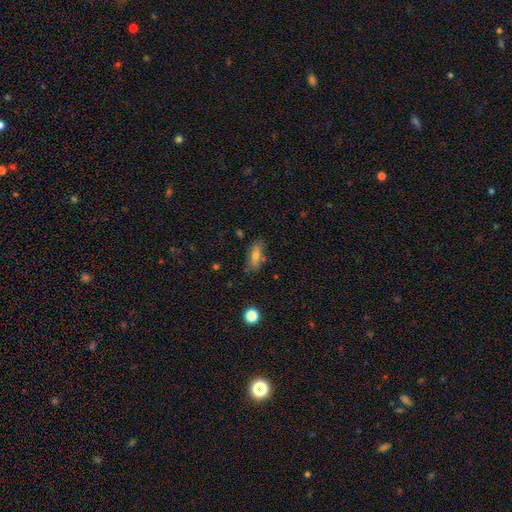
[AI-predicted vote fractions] Smooth or featured? smooth (71%)
How rounded? in between (78%)
Merging? none (76%)